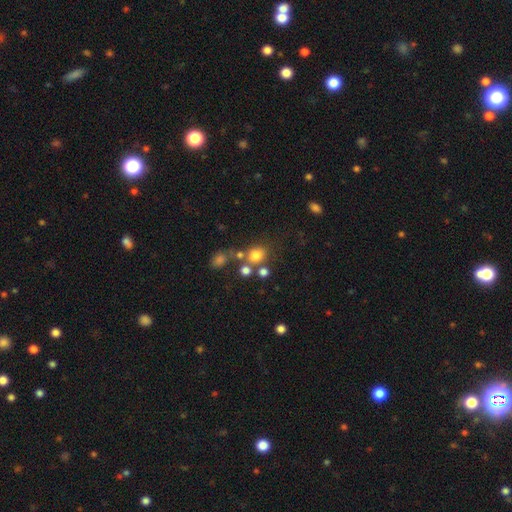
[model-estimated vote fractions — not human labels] A smooth galaxy with no disk features (75%) that is round (70%).

Vote fractions:
- Smooth or featured? smooth: 75% / star or artifact: 15% / featured or disk: 10%
- How rounded? round: 70% / in between: 29% / cigar-shaped: 1%
- Merging? none: 56% / merger: 24% / minor disturbance: 12% / major disturbance: 7%